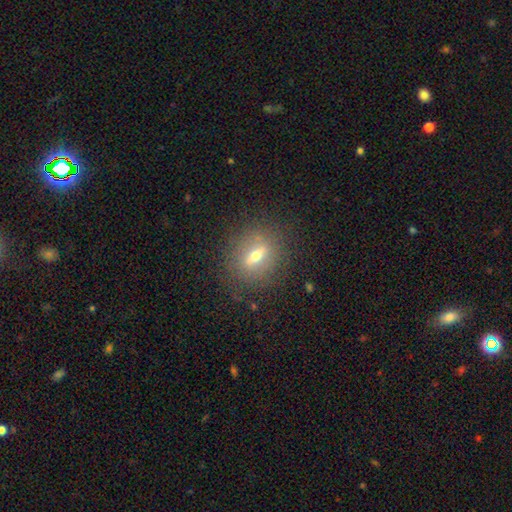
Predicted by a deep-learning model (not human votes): Q: Smooth or featured?
A: featured or disk (44%); runner-up: smooth (43%)
Q: Merging?
A: none (84%); runner-up: minor disturbance (10%)